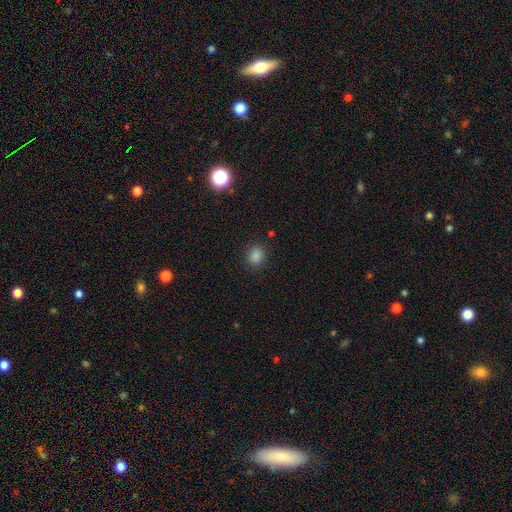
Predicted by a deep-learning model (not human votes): The model was most divided on "how rounded": round: 65%, in between: 34%, cigar-shaped: 1%. More confident: merging — none (86%); smooth or featured — smooth (83%).